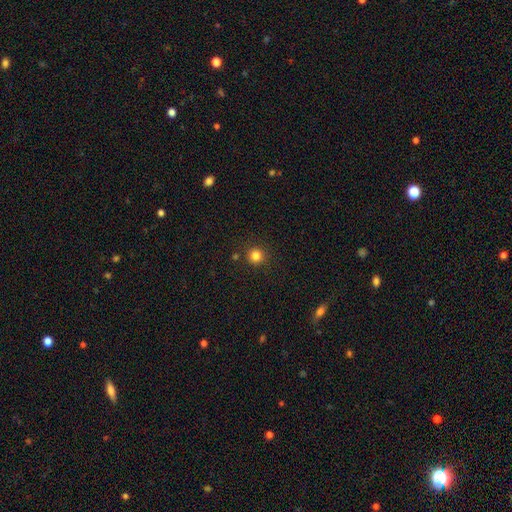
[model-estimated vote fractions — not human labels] The model was most divided on "smooth or featured": smooth: 82%, star or artifact: 13%, featured or disk: 4%. More confident: how rounded — round (94%); merging — none (89%).